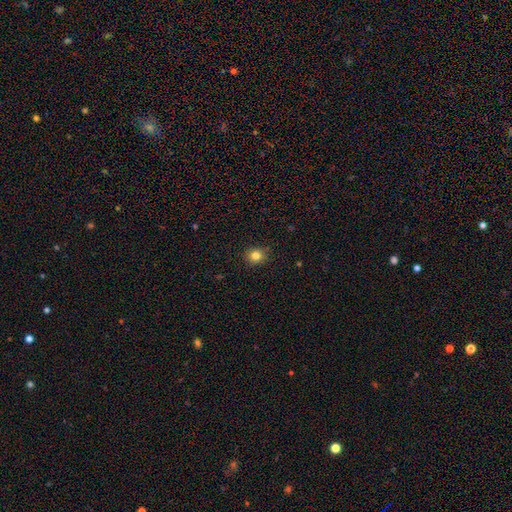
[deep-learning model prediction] smooth-or-featured: smooth: 82% | star or artifact: 12% | featured or disk: 6%
  how-rounded: round: 81% | in between: 18% | cigar-shaped: 1%
  merging: none: 90% | minor disturbance: 7% | major disturbance: 2% | merger: 1%